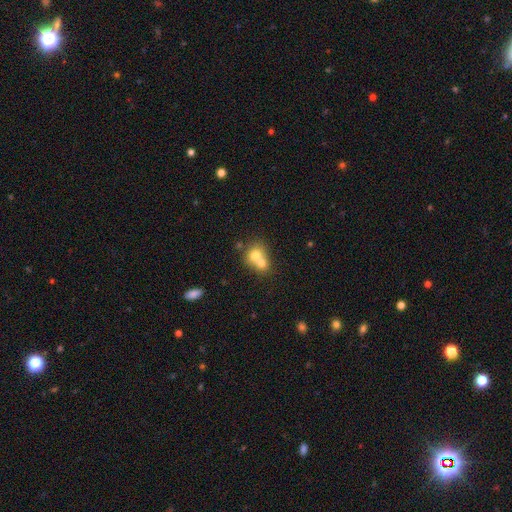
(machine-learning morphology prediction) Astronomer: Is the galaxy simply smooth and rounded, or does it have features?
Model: smooth — 68%.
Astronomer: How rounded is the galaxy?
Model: round — 72%.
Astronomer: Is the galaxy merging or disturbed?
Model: merger — 67%.